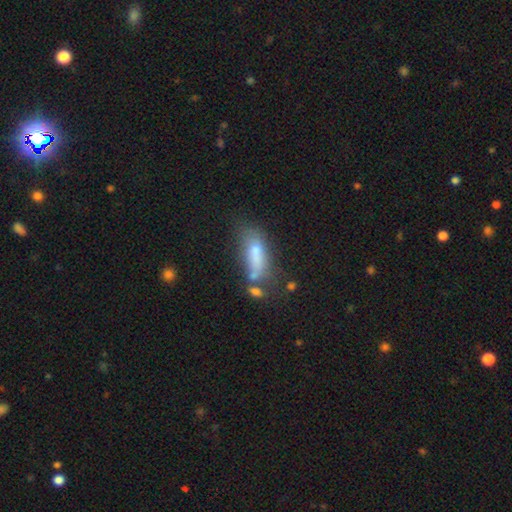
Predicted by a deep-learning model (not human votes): The model was most divided on "merging": none: 31%, merger: 24%, minor disturbance: 24%, major disturbance: 21%. More confident: how rounded — in between (67%); smooth or featured — smooth (66%).